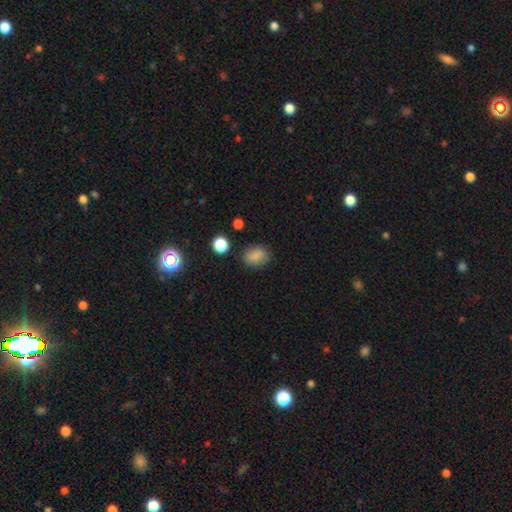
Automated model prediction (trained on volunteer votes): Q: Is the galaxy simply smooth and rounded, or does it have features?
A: smooth — 83%.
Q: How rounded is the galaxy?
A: in between — 55%.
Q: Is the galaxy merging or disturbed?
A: none — 80%.